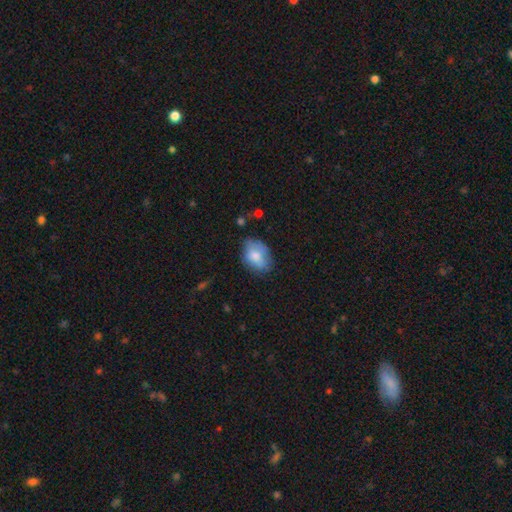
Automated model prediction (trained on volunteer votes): smooth_or_featured: smooth (p=0.73) [alt: featured or disk p=0.19]
how_rounded: in between (p=0.76) [alt: round p=0.23]
merging: none (p=0.62) [alt: minor disturbance p=0.28]